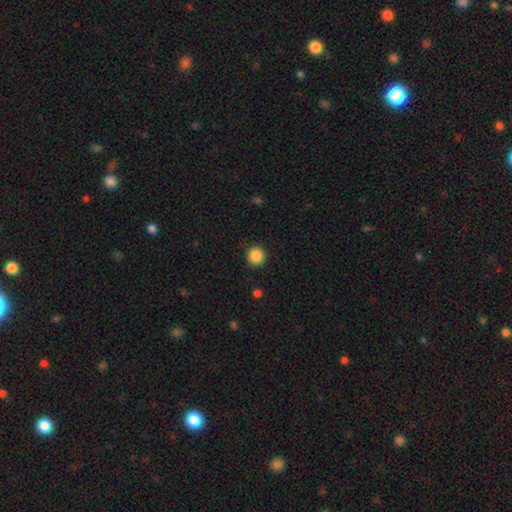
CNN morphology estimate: A smooth galaxy with no disk features (88%) that is round (94%). Merging: none (92%).